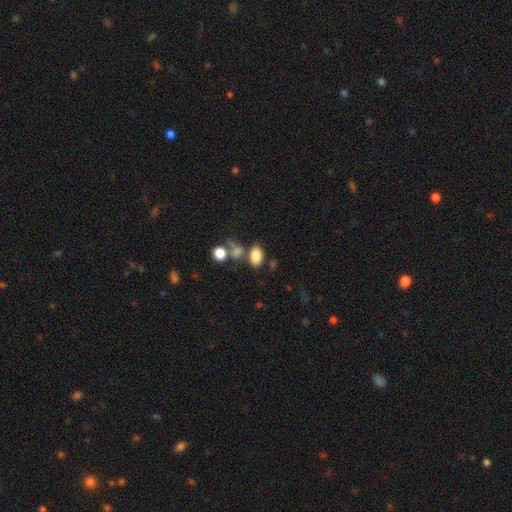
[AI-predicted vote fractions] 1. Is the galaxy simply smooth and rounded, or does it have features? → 83% smooth, 10% star or artifact, 7% featured or disk.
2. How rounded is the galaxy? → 87% in between, 12% round, 1% cigar-shaped.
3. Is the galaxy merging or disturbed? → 58% none, 22% merger, 14% minor disturbance, 6% major disturbance.